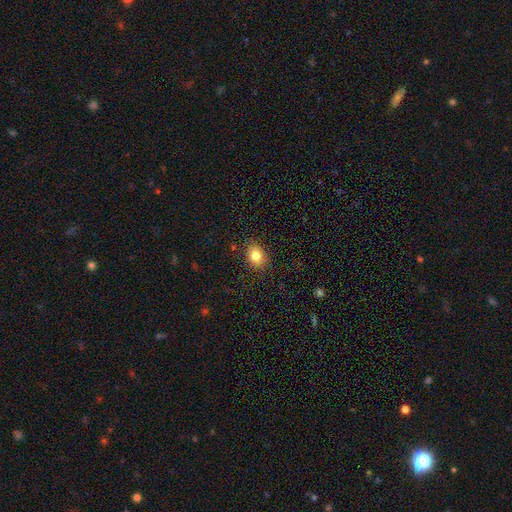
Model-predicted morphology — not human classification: A smooth galaxy with no disk features (82%) that is in between round and cigar-shaped (65%).

Vote fractions:
- Smooth or featured? smooth: 82% / star or artifact: 10% / featured or disk: 8%
- How rounded? in between: 65% / round: 33% / cigar-shaped: 1%
- Merging? none: 85% / minor disturbance: 11% / major disturbance: 3% / merger: 1%